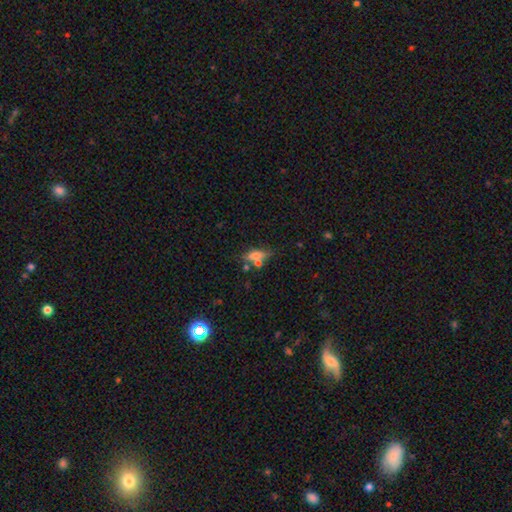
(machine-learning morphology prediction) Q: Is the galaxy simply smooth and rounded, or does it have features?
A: smooth — 61%.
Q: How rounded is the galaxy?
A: in between — 53%.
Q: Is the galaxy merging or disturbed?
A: none — 58%.